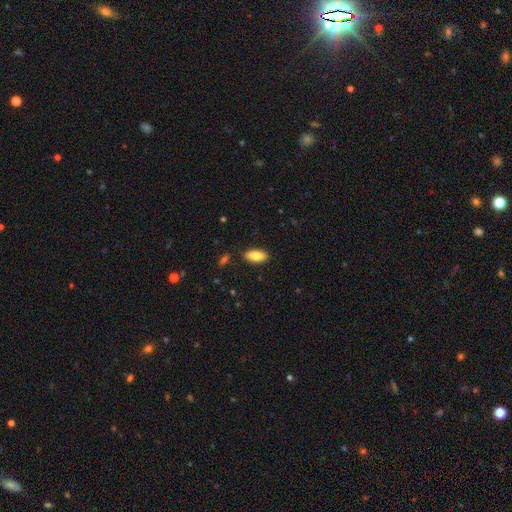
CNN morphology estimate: This is clearly a smooth galaxy (81%). How rounded: clearly in between (85%). Merging: clearly none (88%).